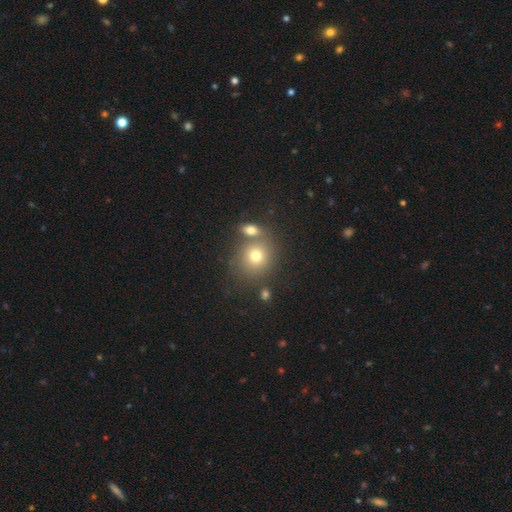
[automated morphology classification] A smooth galaxy with no disk features (73%) that is round (81%). Merging: none (58%).